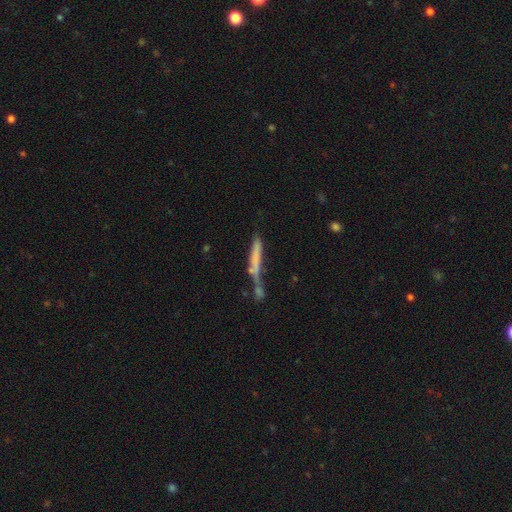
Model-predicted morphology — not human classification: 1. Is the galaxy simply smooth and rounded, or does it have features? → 57% smooth, 34% featured or disk, 9% star or artifact.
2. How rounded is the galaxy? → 91% cigar-shaped, 7% in between, 2% round.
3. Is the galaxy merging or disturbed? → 37% none, 35% merger, 17% minor disturbance, 11% major disturbance.